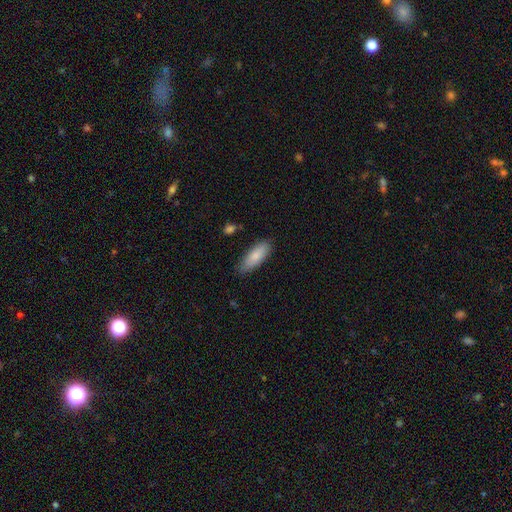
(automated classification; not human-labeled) The model was most divided on "how rounded": in between: 67%, cigar-shaped: 31%, round: 2%. More confident: smooth or featured — smooth (83%); merging — none (81%).